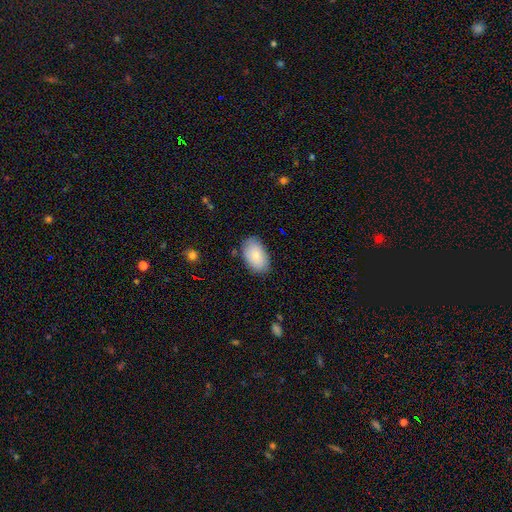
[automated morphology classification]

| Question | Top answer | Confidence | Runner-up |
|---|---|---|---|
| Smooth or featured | smooth | 78% | featured or disk (15%) |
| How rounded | in between | 92% | round (7%) |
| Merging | none | 83% | minor disturbance (13%) |